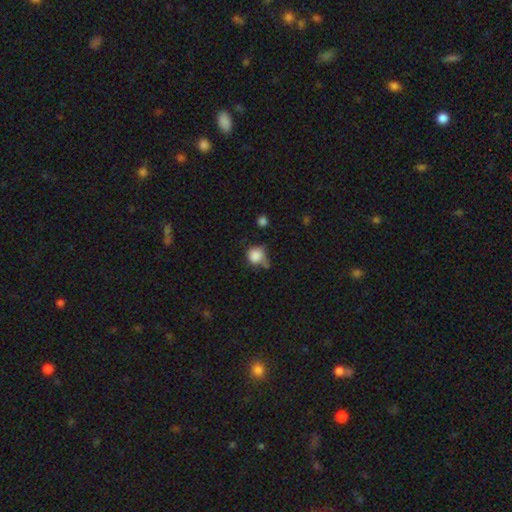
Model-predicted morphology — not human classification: Smooth or featured? smooth (84%)
How rounded? round (85%)
Merging? none (47%)